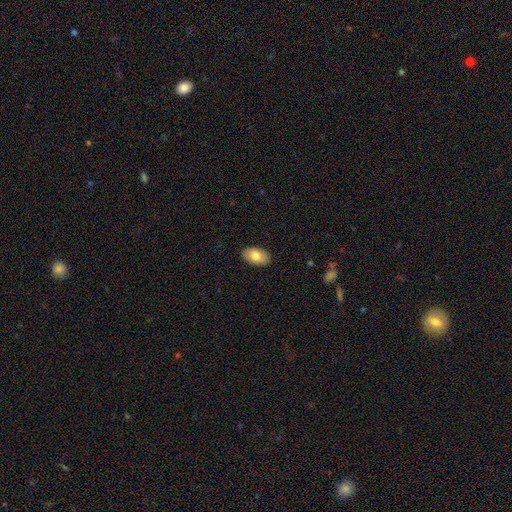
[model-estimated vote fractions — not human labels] Smooth or featured? Predicted: smooth (p=0.78). How rounded? Predicted: in between (p=0.94). Merging? Predicted: none (p=0.89).